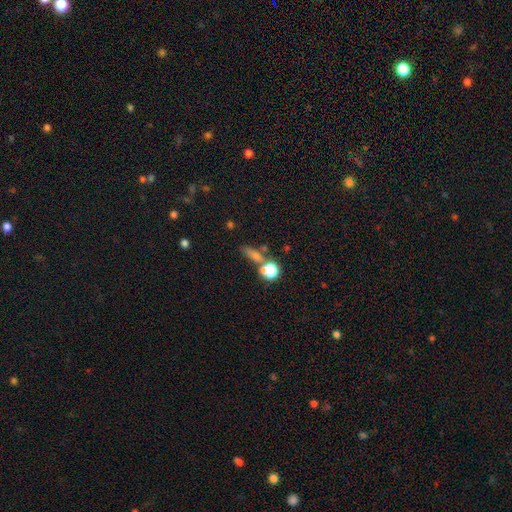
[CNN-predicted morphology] Smooth or featured? Predicted: smooth (p=0.56). How rounded? Predicted: cigar-shaped (p=0.39). Merging? Predicted: none (p=0.60).